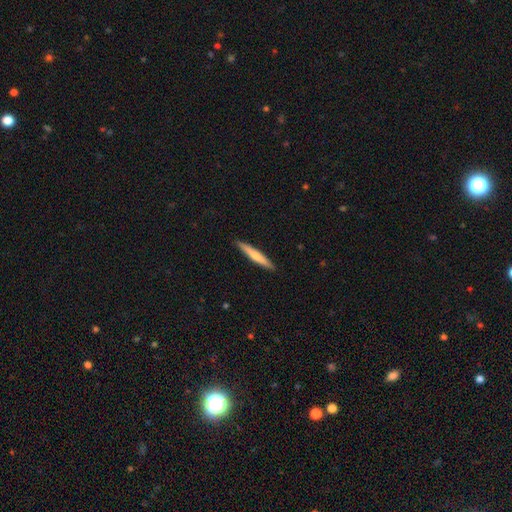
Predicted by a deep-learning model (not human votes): smooth_or_featured: smooth (p=0.58) [alt: featured or disk p=0.37]
how_rounded: cigar-shaped (p=0.95) [alt: in between p=0.04]
merging: none (p=0.91) [alt: minor disturbance p=0.07]